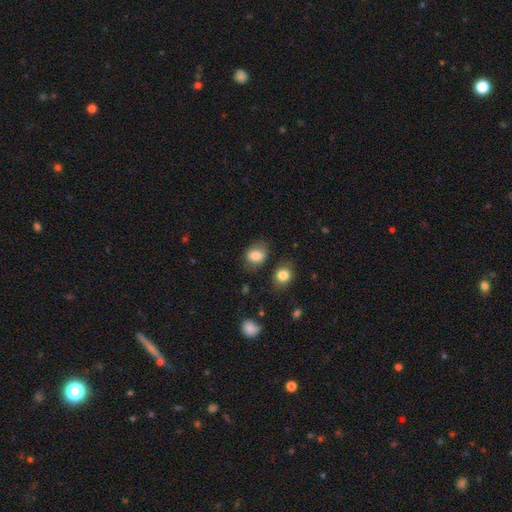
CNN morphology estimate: smooth 82%, star or artifact 9%, featured or disk 9%. Down the decision tree: how rounded — in between (56%); merging — none (69%).